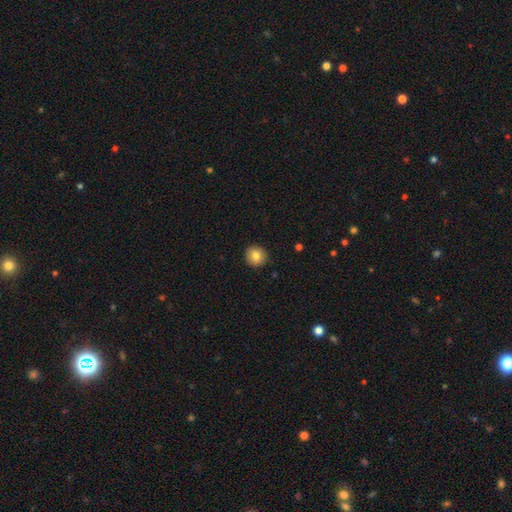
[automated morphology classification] This is clearly a smooth galaxy (83%). How rounded: clearly round (94%). Merging: clearly none (92%).